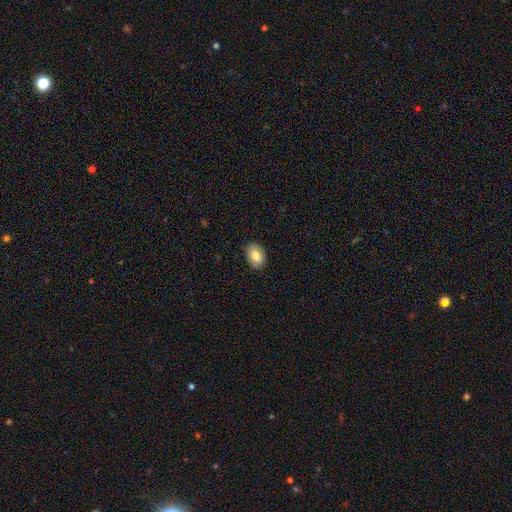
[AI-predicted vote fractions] This appears to be a smooth galaxy with no disk features (81%) that is in between round and cigar-shaped (84%). Merging: none (85%).